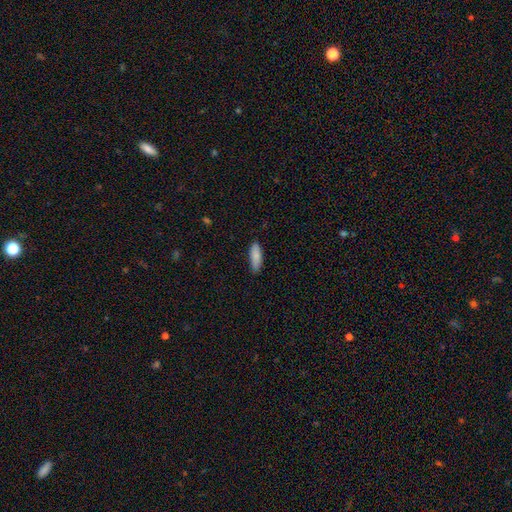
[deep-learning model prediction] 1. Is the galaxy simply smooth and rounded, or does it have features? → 86% smooth, 8% featured or disk, 6% star or artifact.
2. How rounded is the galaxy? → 54% in between, 44% cigar-shaped, 2% round.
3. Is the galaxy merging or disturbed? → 84% none, 13% minor disturbance, 2% major disturbance, 1% merger.